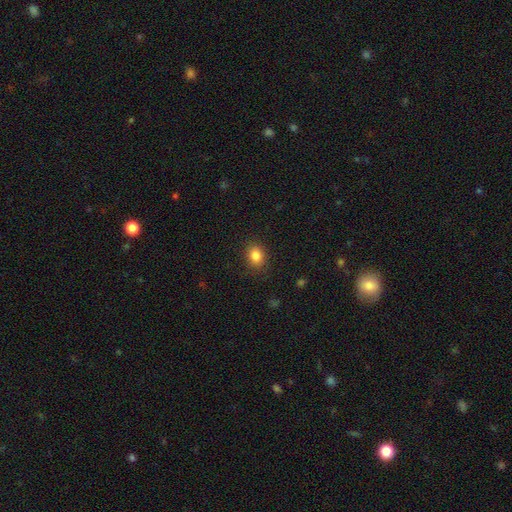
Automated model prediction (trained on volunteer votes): Smooth or featured?
  - smooth: 85% *
  - star or artifact: 10%
  - featured or disk: 5%
How rounded?
  - in between: 54% *
  - round: 45%
  - cigar-shaped: 1%
Merging?
  - none: 86% *
  - minor disturbance: 10%
  - major disturbance: 3%
  - merger: 1%